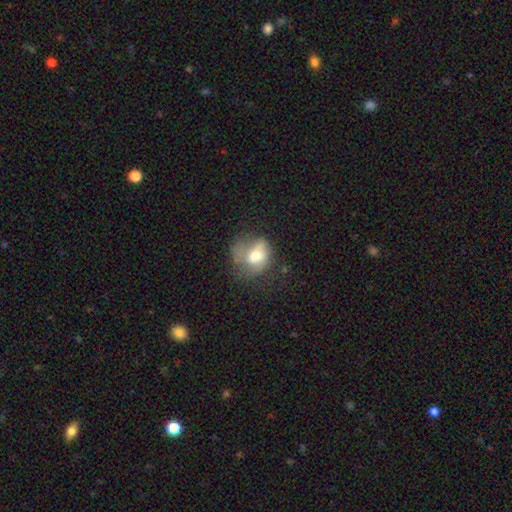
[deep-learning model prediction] Smooth or featured?
  - smooth: 62% *
  - featured or disk: 28%
  - star or artifact: 10%
How rounded?
  - in between: 54% *
  - round: 45%
  - cigar-shaped: 1%
Merging?
  - major disturbance: 39% *
  - none: 27%
  - minor disturbance: 27%
  - merger: 7%